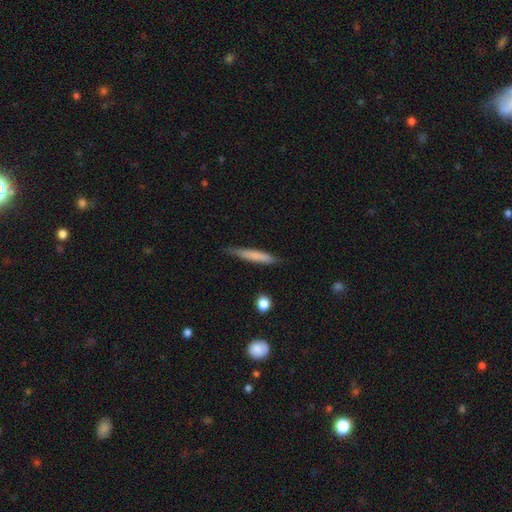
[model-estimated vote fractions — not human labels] smooth 69%, featured or disk 24%, star or artifact 6%. Down the decision tree: how rounded — cigar-shaped (93%); merging — none (80%).